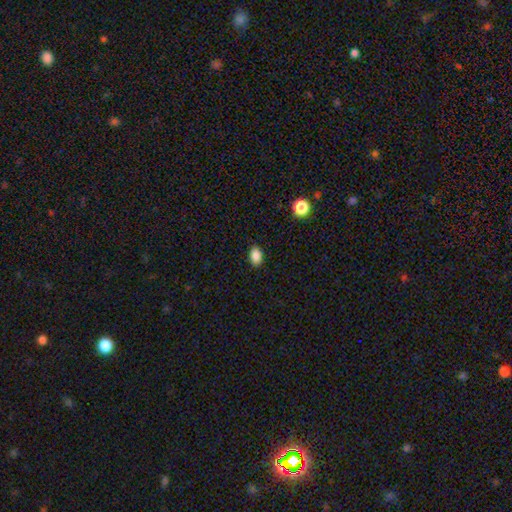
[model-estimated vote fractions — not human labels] Overall: smooth (87%). How rounded: in between (83%). Merging: none (87%).